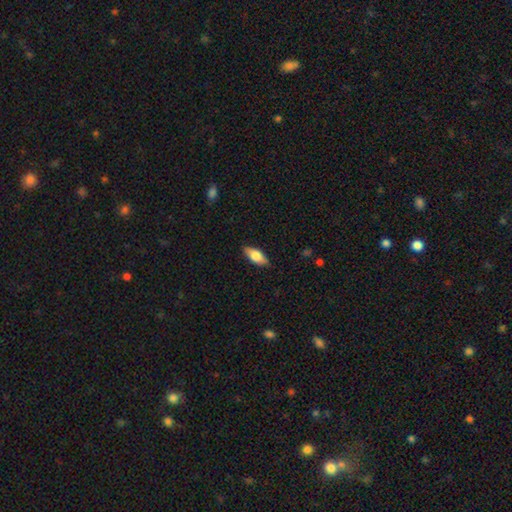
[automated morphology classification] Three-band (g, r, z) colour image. It shows a smooth galaxy with no disk features (72%) that is in between round and cigar-shaped (83%). Merging: none (86%).